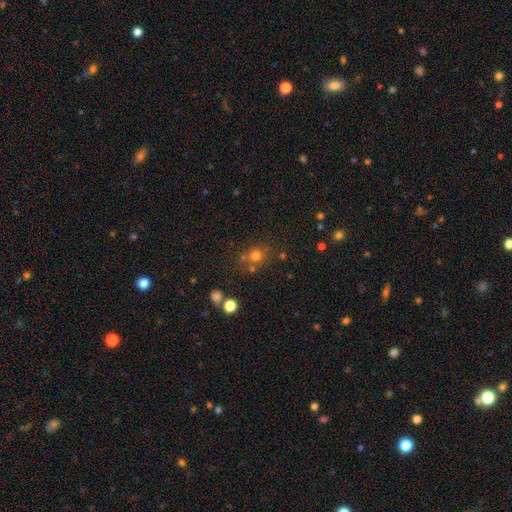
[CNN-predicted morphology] Smooth or featured? Predicted: smooth (p=0.72). How rounded? Predicted: round (p=0.78). Merging? Predicted: none (p=0.68).